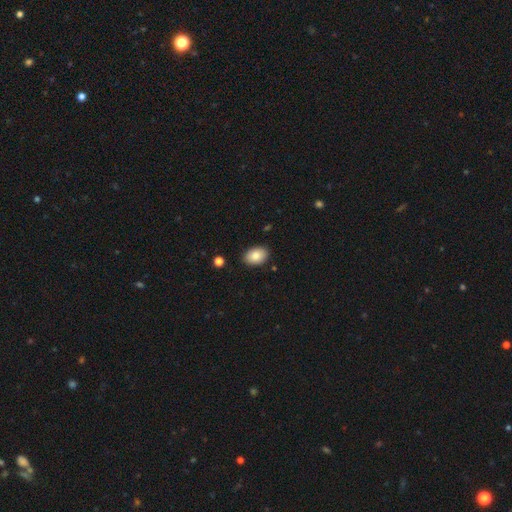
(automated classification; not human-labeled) This appears to be a smooth galaxy with no disk features (85%) that is in between round and cigar-shaped (87%). Merging: none (88%).